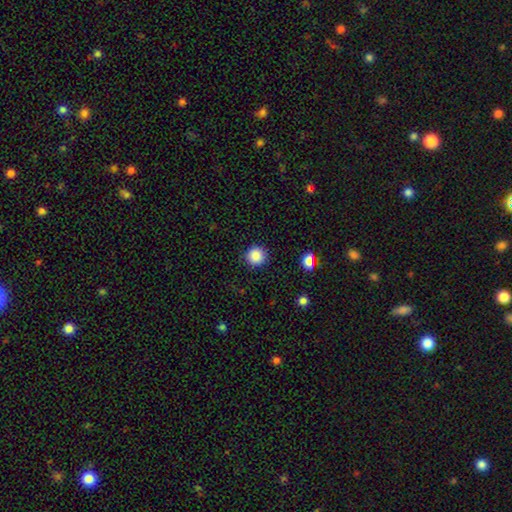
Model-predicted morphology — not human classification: Q: Smooth or featured?
A: smooth (87%); runner-up: star or artifact (10%)
Q: How rounded?
A: round (94%); runner-up: in between (5%)
Q: Merging?
A: none (90%); runner-up: minor disturbance (7%)